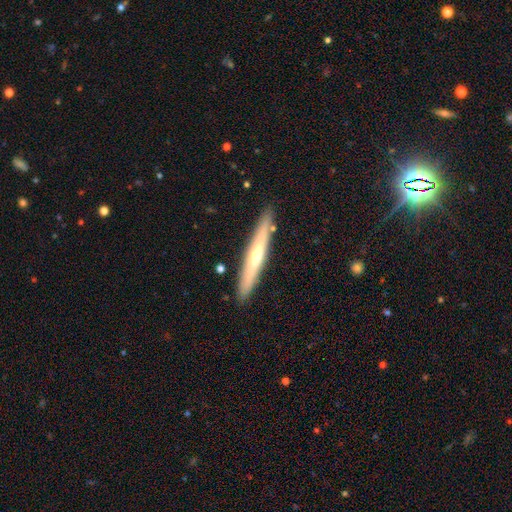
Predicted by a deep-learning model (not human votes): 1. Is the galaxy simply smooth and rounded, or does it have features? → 56% featured or disk, 38% smooth, 6% star or artifact.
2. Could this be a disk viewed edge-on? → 92% yes, 8% no.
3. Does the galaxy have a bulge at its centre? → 74% rounded, 23% none, 3% boxy.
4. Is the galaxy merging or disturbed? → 89% none, 8% minor disturbance, 2% merger, 2% major disturbance.